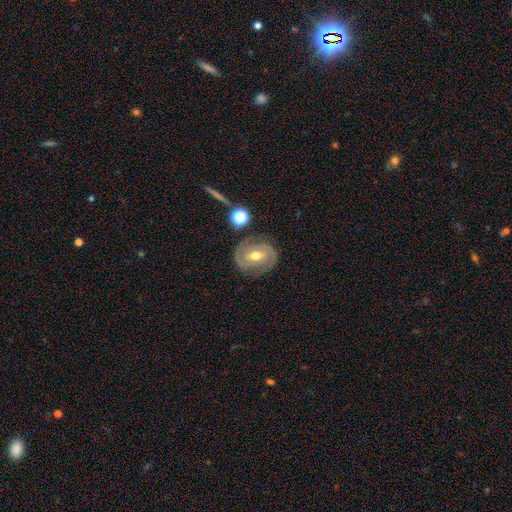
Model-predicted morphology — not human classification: A featured or disk galaxy (82%) with a weak bar (46%), 2 (84%) tight (56%) spiral arms (93%) and a moderate central bulge (75%).

Vote fractions:
- Smooth or featured? featured or disk: 82% / smooth: 12% / star or artifact: 6%
- Edge-on disk? no: 97% / yes: 3%
- Bar? weak: 46% / strong: 27% / no: 27%
- Spiral arms? yes: 93% / no: 7%
- Spiral winding? tight: 56% / medium: 36% / loose: 8%
- Spiral arm count? 2: 84% / can't tell: 7% / 3: 5% / 1: 2% / 4: 1% / more than 4: 1%
- Bulge size? moderate: 75% / small: 19% / large: 4% / none: 1% / dominant: 1%
- Merging? none: 80% / minor disturbance: 13% / major disturbance: 4% / merger: 2%